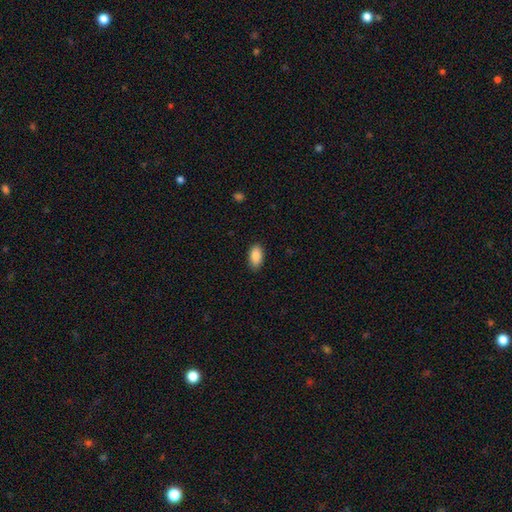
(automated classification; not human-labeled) smooth_or_featured: smooth (p=0.89) [alt: star or artifact p=0.07]
how_rounded: in between (p=0.94) [alt: round p=0.04]
merging: none (p=0.87) [alt: minor disturbance p=0.10]